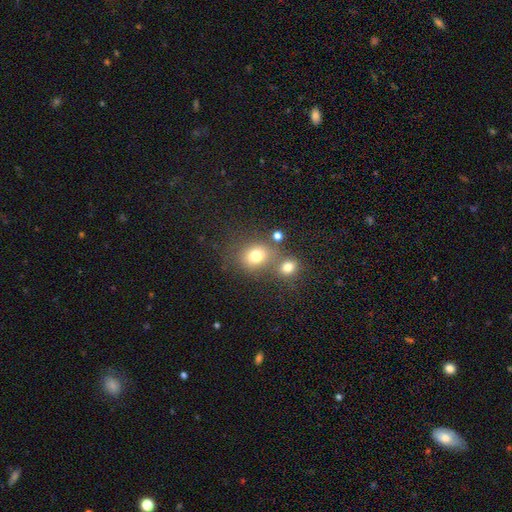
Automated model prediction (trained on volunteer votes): A smooth galaxy with no disk features (76%) that is round (59%).

Vote fractions:
- Smooth or featured? smooth: 76% / star or artifact: 14% / featured or disk: 10%
- How rounded? round: 59% / in between: 40% / cigar-shaped: 1%
- Merging? none: 54% / merger: 29% / minor disturbance: 12% / major disturbance: 6%